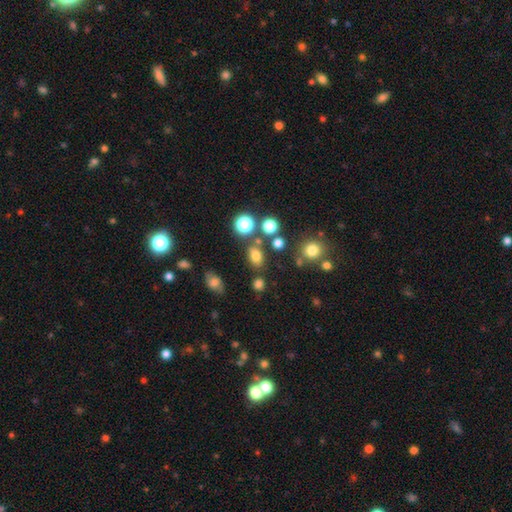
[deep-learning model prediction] A smooth galaxy with no disk features (74%) that is in between round and cigar-shaped (74%). Merging: none (73%).